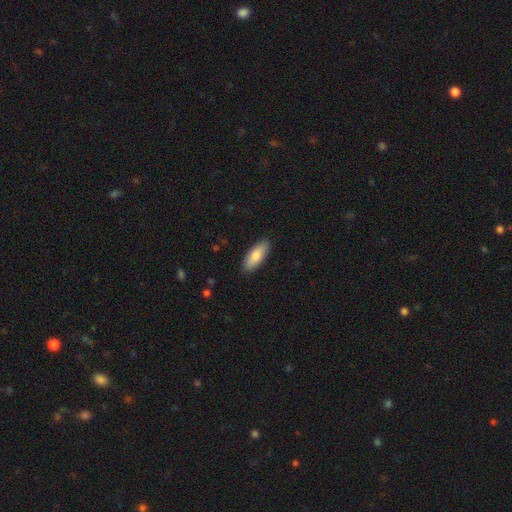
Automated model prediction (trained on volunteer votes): Q: Smooth or featured?
A: smooth (82%); runner-up: featured or disk (12%)
Q: How rounded?
A: in between (71%); runner-up: cigar-shaped (27%)
Q: Merging?
A: none (88%); runner-up: minor disturbance (9%)